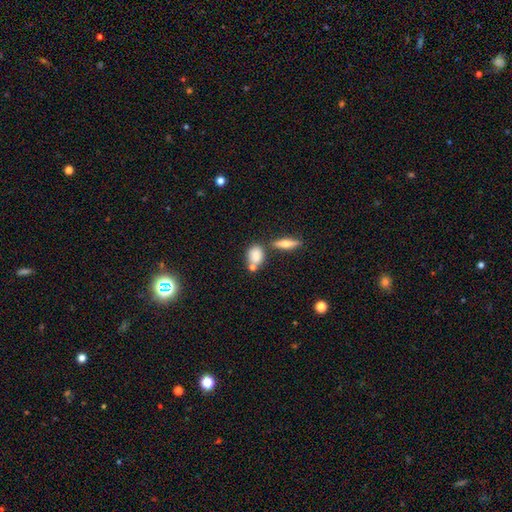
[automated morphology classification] A smooth galaxy with no disk features (79%) that is in between round and cigar-shaped (57%). Merging: none (54%).